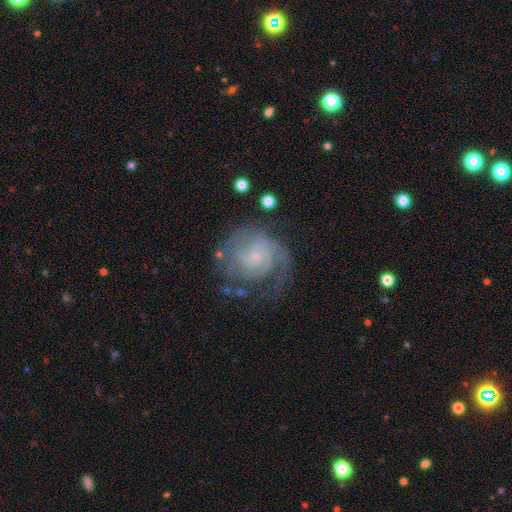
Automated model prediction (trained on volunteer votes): This appears to be a featured or disk galaxy (86%) with no bar (59%), 2 (39%) tight (59%) spiral arms (97%) and a small central bulge (66%). Merging: none (66%).